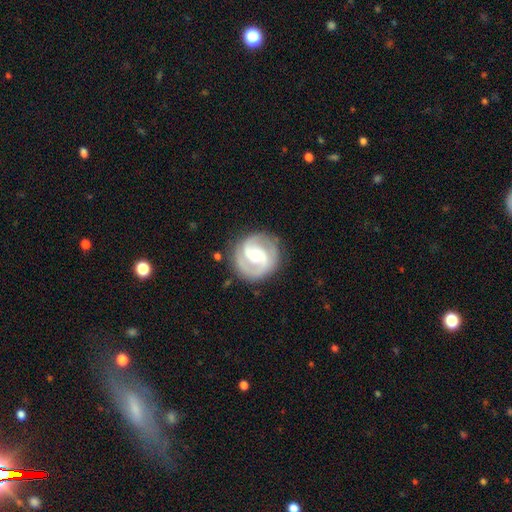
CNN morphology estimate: smooth-or-featured: featured or disk: 86% | smooth: 10% | star or artifact: 5%
  disk-edge-on: no: 98% | yes: 2%
    bar: weak: 46% | no: 32% | strong: 22%
    has-spiral-arms: yes: 96% | no: 4%
      spiral-winding: medium: 45% | tight: 43% | loose: 11%
      spiral-arm-count: 2: 83% | 3: 6% | can't tell: 5% | 1: 3% | 4: 1% | more than 4: 1%
    bulge-size: moderate: 55% | small: 38% | large: 4% | none: 1% | dominant: 1%
  merging: none: 83% | minor disturbance: 11% | major disturbance: 4% | merger: 1%